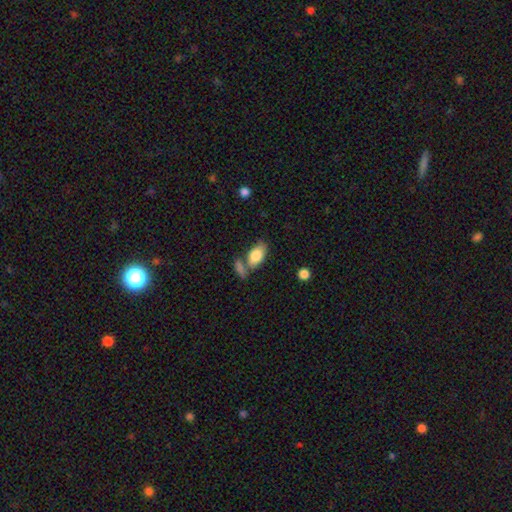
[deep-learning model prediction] A smooth galaxy with no disk features (80%) that is in between round and cigar-shaped (91%).

Vote fractions:
- Smooth or featured? smooth: 80% / featured or disk: 13% / star or artifact: 6%
- How rounded? in between: 91% / round: 5% / cigar-shaped: 4%
- Merging? none: 51% / merger: 27% / minor disturbance: 16% / major disturbance: 6%